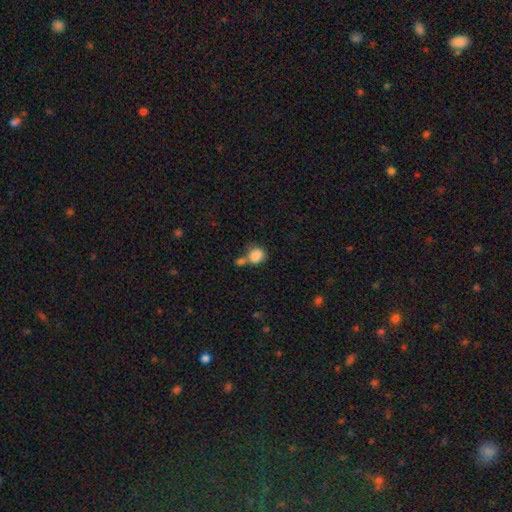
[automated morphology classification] A smooth galaxy with no disk features (85%) that is round (76%). Merging: none (47%).